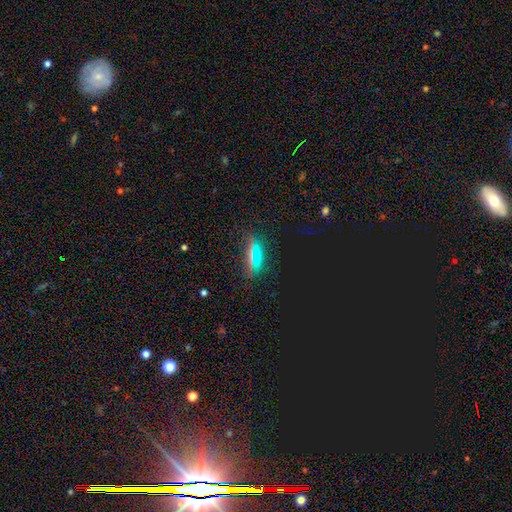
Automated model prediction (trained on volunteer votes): smooth_or_featured: smooth (p=0.50) [alt: star or artifact p=0.39]
merging: none (p=0.81) [alt: minor disturbance p=0.11]